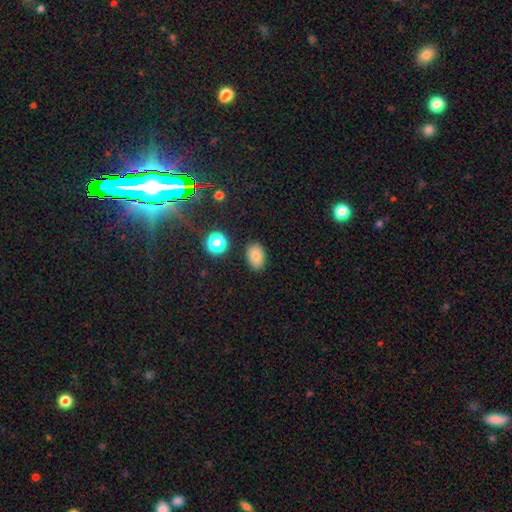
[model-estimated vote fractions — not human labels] This appears to be a smooth galaxy with no disk features (81%) that is in between round and cigar-shaped (81%). Merging: none (85%).